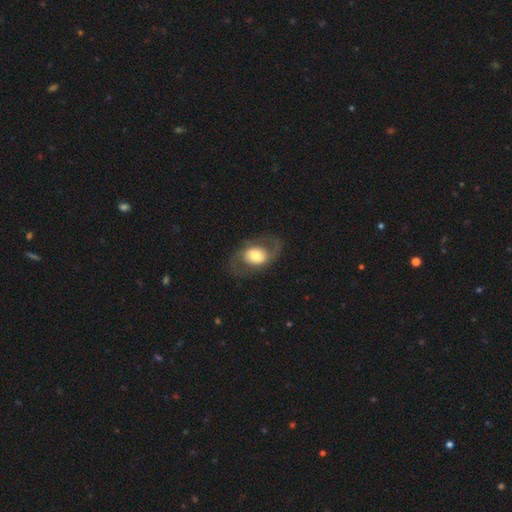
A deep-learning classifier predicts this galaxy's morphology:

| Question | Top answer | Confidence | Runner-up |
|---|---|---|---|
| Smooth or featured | featured or disk | 58% | smooth (36%) |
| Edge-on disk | no | 94% | yes (6%) |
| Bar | no | 63% | weak (26%) |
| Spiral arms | yes | 68% | no (32%) |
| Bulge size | moderate | 49% | large (34%) |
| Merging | none | 72% | minor disturbance (14%) |